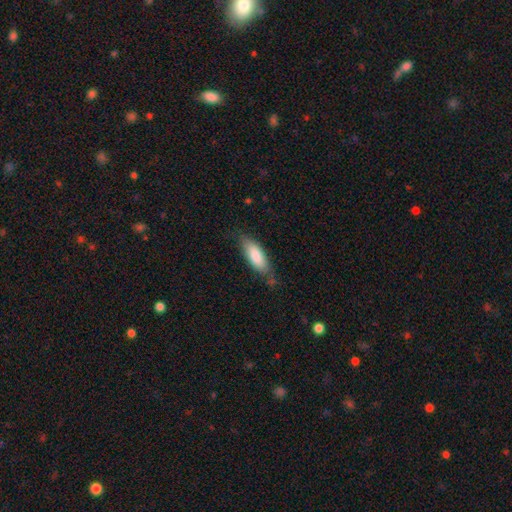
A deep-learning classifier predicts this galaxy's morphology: smooth-or-featured: smooth: 83% | featured or disk: 12% | star or artifact: 6%
  how-rounded: in between: 69% | cigar-shaped: 30% | round: 2%
  merging: none: 68% | minor disturbance: 24% | major disturbance: 5% | merger: 2%